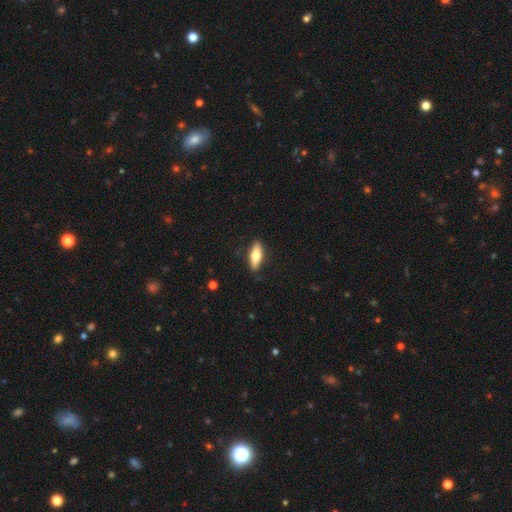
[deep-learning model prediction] Smooth or featured? smooth (66%)
How rounded? in between (57%)
Merging? none (86%)